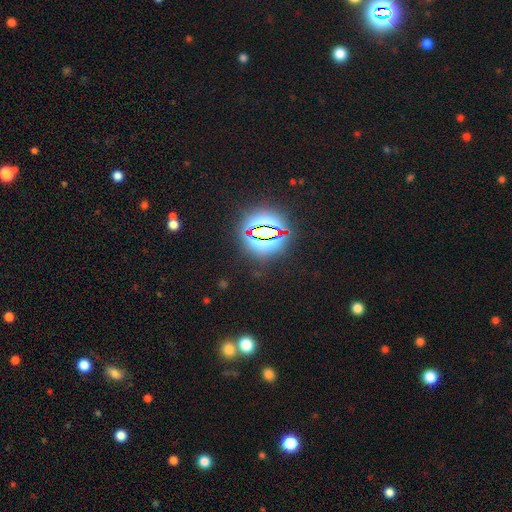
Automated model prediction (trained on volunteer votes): Smooth or featured?
  - star or artifact: 82% *
  - smooth: 11%
  - featured or disk: 6%